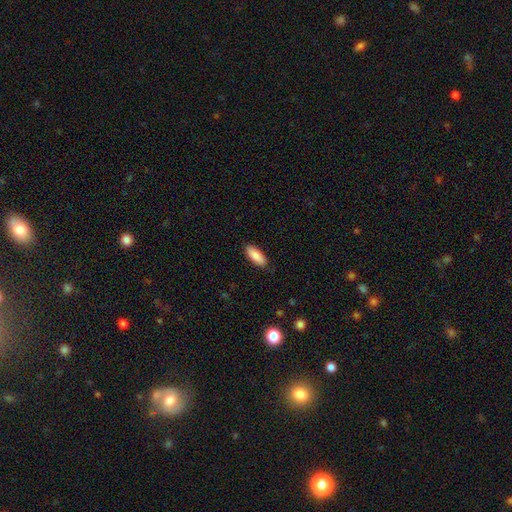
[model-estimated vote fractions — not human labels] Overall: smooth (87%). How rounded: in between (75%). Merging: none (88%).